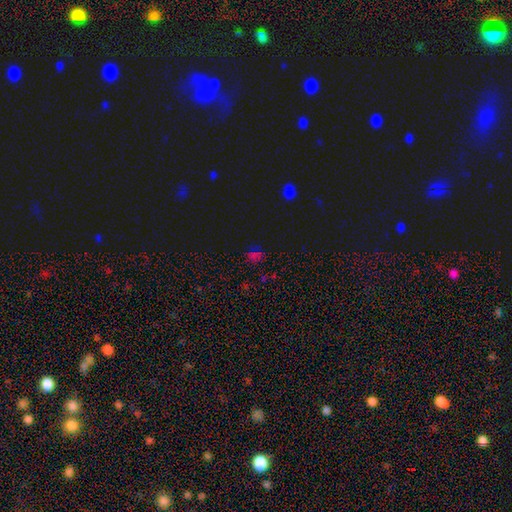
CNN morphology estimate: Overall: star or artifact (53%; smooth 40%).